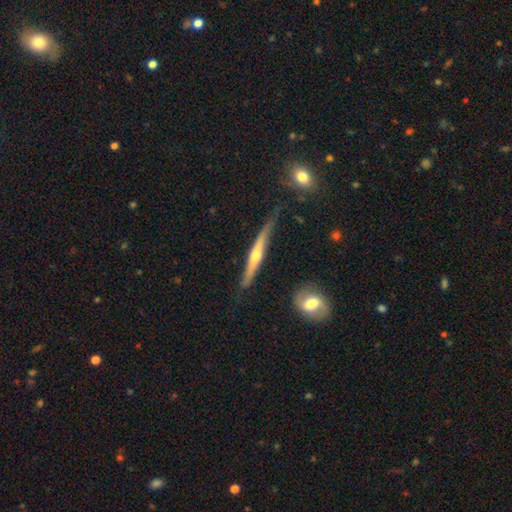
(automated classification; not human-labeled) Smooth or featured? featured or disk (70%)
Edge-on disk? yes (95%)
Edge-on bulge? rounded (87%)
Merging? none (70%)